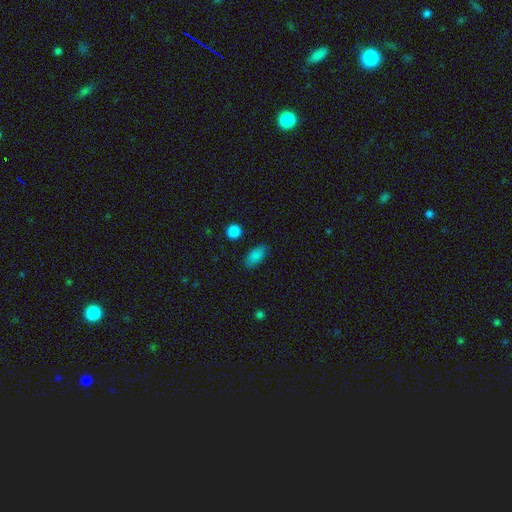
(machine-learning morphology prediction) Smooth or featured?
  - smooth: 86% *
  - star or artifact: 9%
  - featured or disk: 5%
How rounded?
  - in between: 89% *
  - cigar-shaped: 6%
  - round: 4%
Merging?
  - none: 84% *
  - minor disturbance: 11%
  - major disturbance: 3%
  - merger: 2%